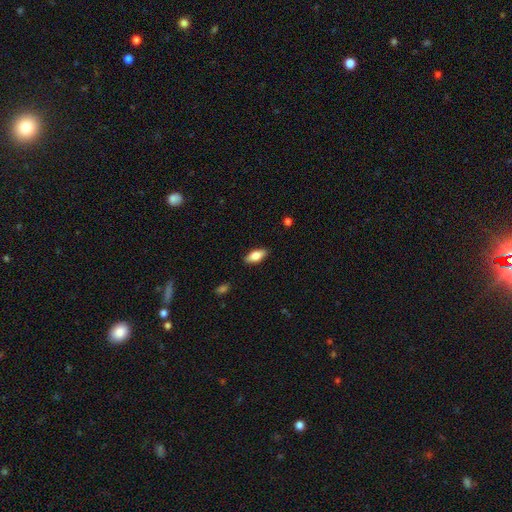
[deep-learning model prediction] Smooth or featured? smooth (76%)
How rounded? in between (84%)
Merging? none (87%)